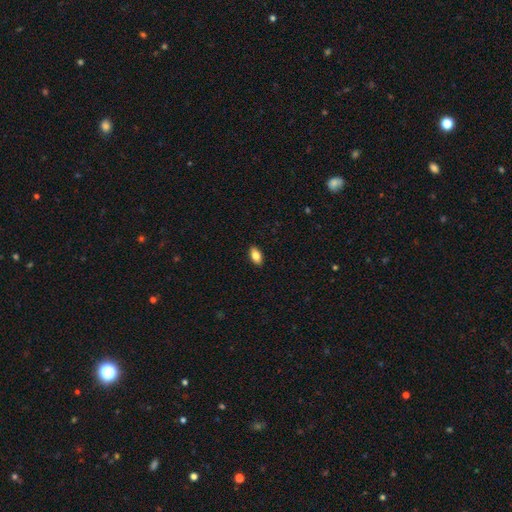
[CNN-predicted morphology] Smooth or featured? Predicted: smooth (p=0.82). How rounded? Predicted: in between (p=0.91). Merging? Predicted: none (p=0.89).